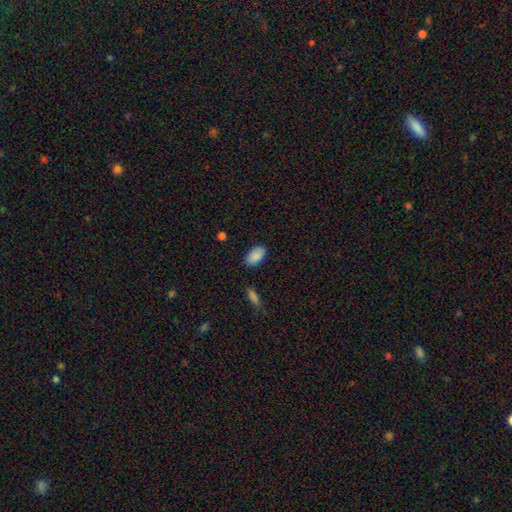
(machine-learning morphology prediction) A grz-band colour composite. It shows a smooth galaxy with no disk features (87%) that is in between round and cigar-shaped (94%). Merging: none (83%).